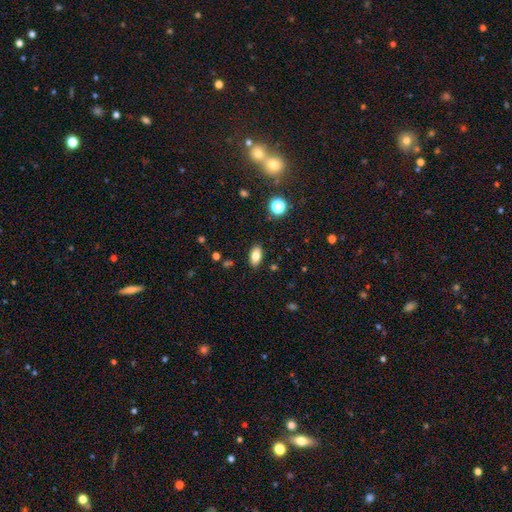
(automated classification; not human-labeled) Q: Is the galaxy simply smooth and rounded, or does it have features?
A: smooth — 80%.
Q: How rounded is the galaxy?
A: in between — 90%.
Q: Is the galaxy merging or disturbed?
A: none — 87%.